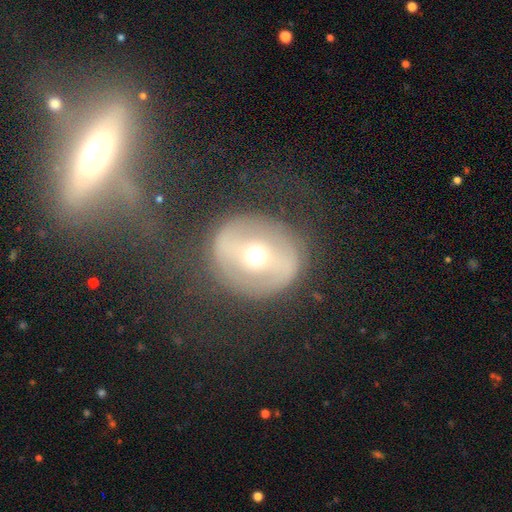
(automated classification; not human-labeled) smooth-or-featured: featured or disk: 61% | smooth: 30% | star or artifact: 9%
  disk-edge-on: no: 93% | yes: 7%
    bar: strong: 50% | weak: 30% | no: 20%
    has-spiral-arms: no: 63% | yes: 37%
    bulge-size: moderate: 70% | small: 22% | large: 6% | dominant: 1% | none: 1%
  merging: none: 73% | minor disturbance: 13% | major disturbance: 11% | merger: 4%